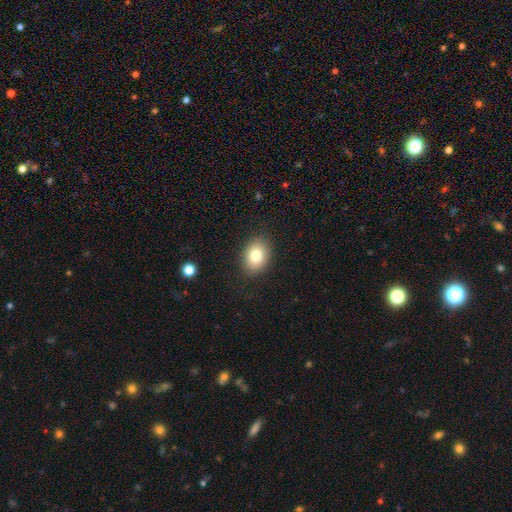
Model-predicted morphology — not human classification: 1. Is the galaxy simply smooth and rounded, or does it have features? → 80% smooth, 10% featured or disk, 9% star or artifact.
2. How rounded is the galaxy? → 66% in between, 33% round, 1% cigar-shaped.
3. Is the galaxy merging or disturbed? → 87% none, 9% minor disturbance, 3% major disturbance, 1% merger.